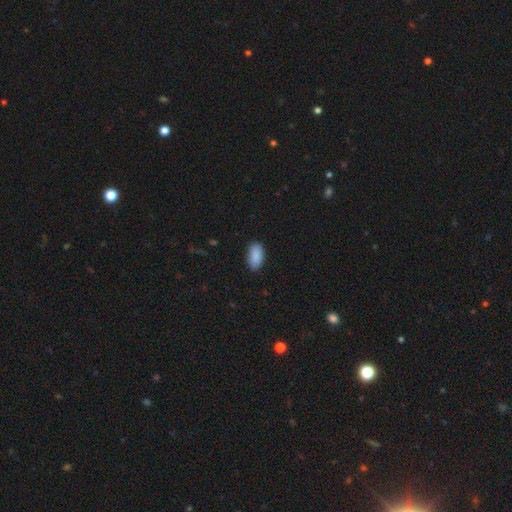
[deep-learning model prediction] Smooth or featured: smooth — 90% (star or artifact — 6%)
How rounded: in between — 94% (cigar-shaped — 4%)
Merging: none — 86% (minor disturbance — 11%)